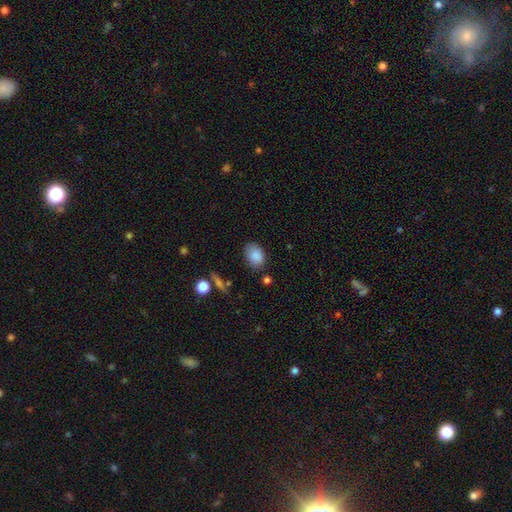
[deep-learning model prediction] Smooth or featured? Predicted: smooth (p=0.86). How rounded? Predicted: in between (p=0.81). Merging? Predicted: none (p=0.73).